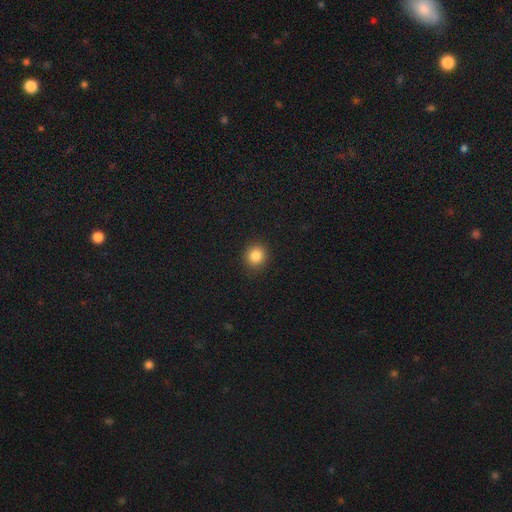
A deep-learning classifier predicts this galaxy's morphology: smooth 86%, star or artifact 11%, featured or disk 4%. Down the decision tree: how rounded — round (87%); merging — none (91%).